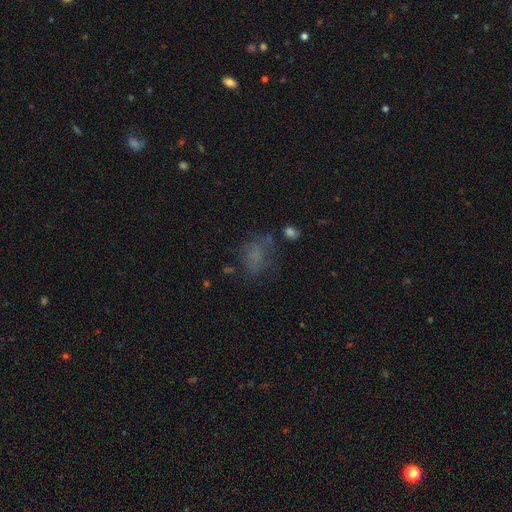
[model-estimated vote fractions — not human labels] This is possibly a smooth galaxy (55%). How rounded: likely in between (71%). Merging: possibly none (47%).